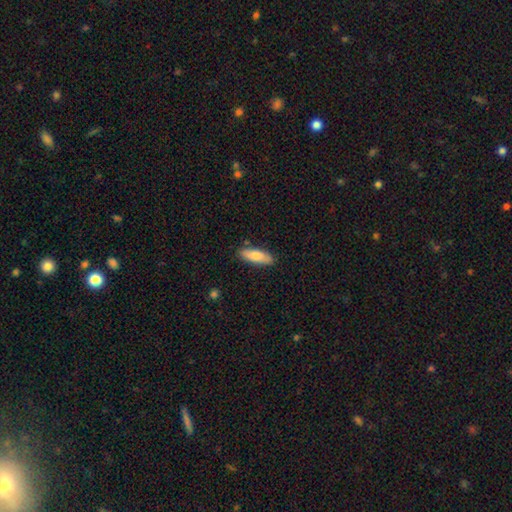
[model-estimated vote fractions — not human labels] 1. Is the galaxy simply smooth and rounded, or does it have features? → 78% smooth, 16% featured or disk, 6% star or artifact.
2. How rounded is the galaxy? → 57% in between, 41% cigar-shaped, 2% round.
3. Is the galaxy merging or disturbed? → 86% none, 10% minor disturbance, 2% major disturbance, 2% merger.